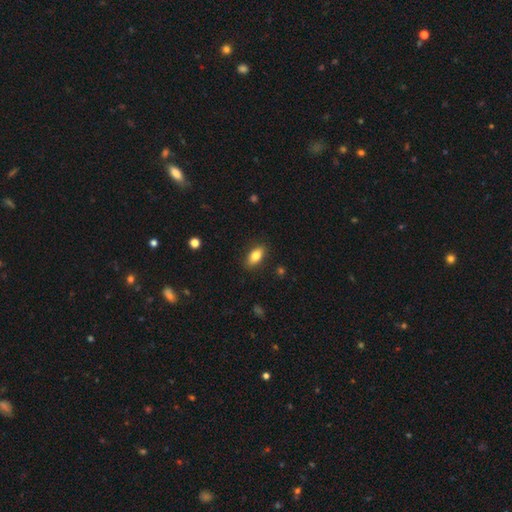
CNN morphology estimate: type=smooth (81%); roundness=in between (86%); merging=none (87%).